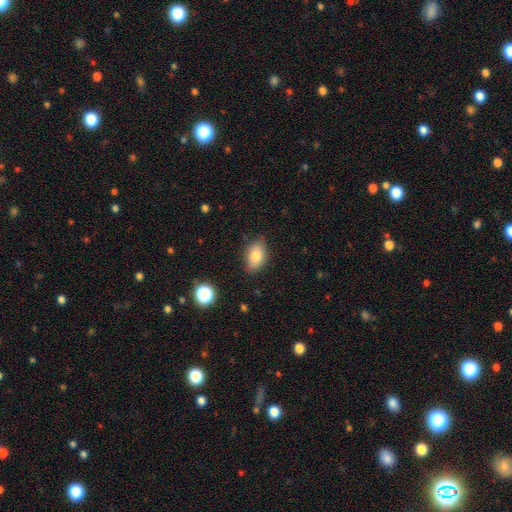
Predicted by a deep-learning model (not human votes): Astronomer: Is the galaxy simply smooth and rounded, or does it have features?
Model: smooth — 81%.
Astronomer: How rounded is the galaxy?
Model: in between — 88%.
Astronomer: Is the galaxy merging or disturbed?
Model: none — 81%.